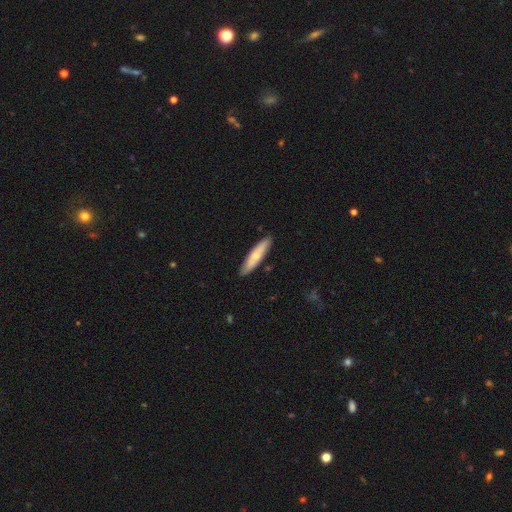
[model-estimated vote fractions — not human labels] smooth-or-featured: smooth: 64% | featured or disk: 31% | star or artifact: 5%
  how-rounded: cigar-shaped: 81% | in between: 17% | round: 2%
  merging: none: 88% | minor disturbance: 9% | major disturbance: 2% | merger: 2%